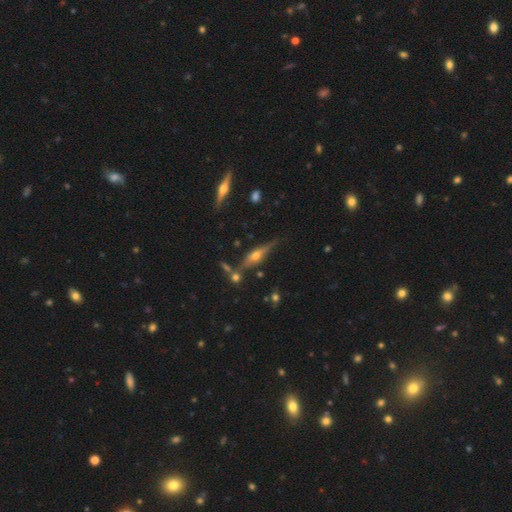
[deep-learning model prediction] The model was most divided on "smooth or featured": featured or disk: 69%, smooth: 22%, star or artifact: 9%. More confident: edge-on disk — yes (94%); edge-on bulge — rounded (92%); merging — none (72%).